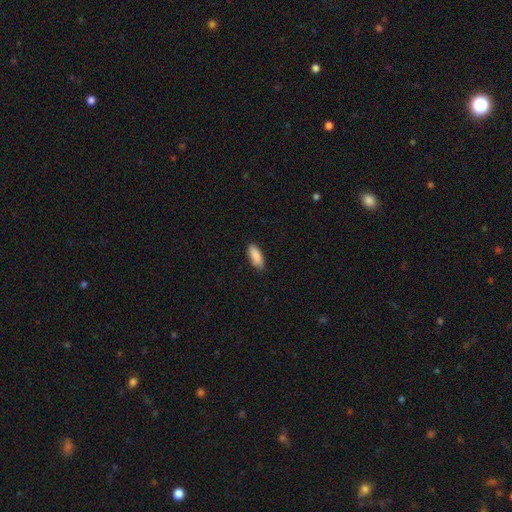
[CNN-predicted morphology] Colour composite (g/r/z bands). It shows a smooth galaxy with no disk features (89%) that is in between round and cigar-shaped (81%). Merging: none (86%).